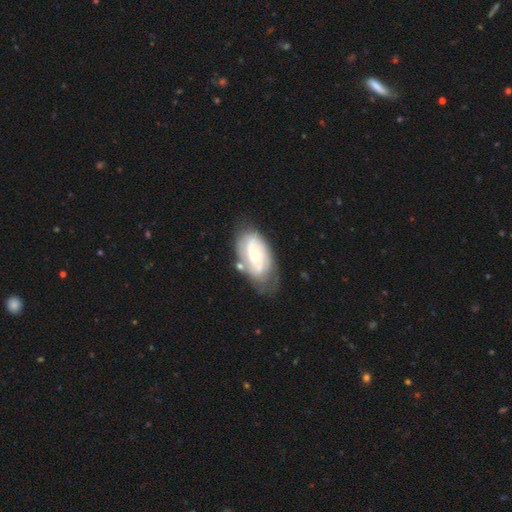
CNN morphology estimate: type=featured or disk (72%); edge-on=no (95%); bar=no (67%); spiral arms=yes (81%); winding=tight (53%); arm count=2 (45%); bulge=small (49%); merging=none (55%).